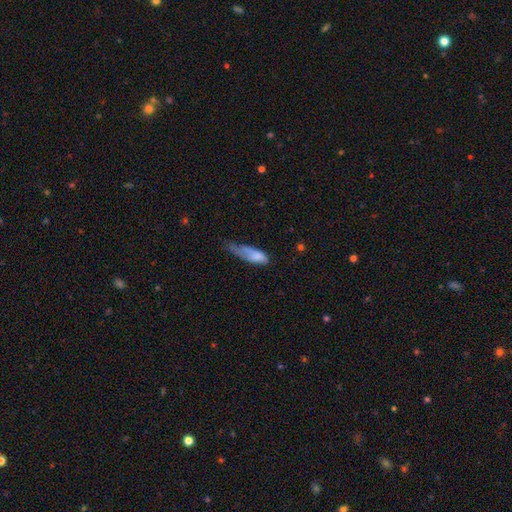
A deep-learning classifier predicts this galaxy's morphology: Smooth or featured?
  - smooth: 68% *
  - featured or disk: 24%
  - star or artifact: 7%
How rounded?
  - in between: 59% *
  - cigar-shaped: 38%
  - round: 2%
Merging?
  - major disturbance: 40% *
  - minor disturbance: 36%
  - none: 20%
  - merger: 4%